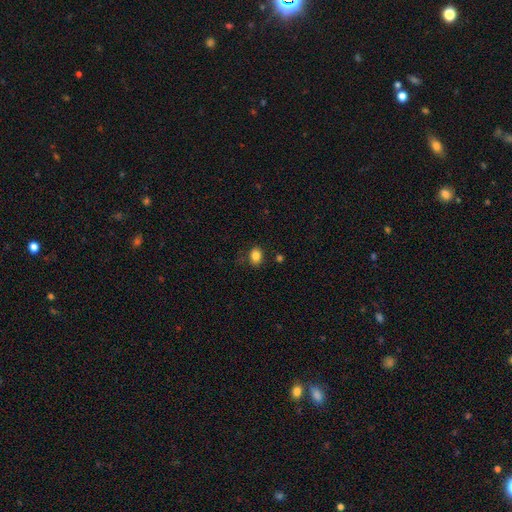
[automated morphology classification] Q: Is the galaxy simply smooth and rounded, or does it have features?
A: smooth — 84%.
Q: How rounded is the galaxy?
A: in between — 62%.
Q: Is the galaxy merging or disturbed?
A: none — 80%.